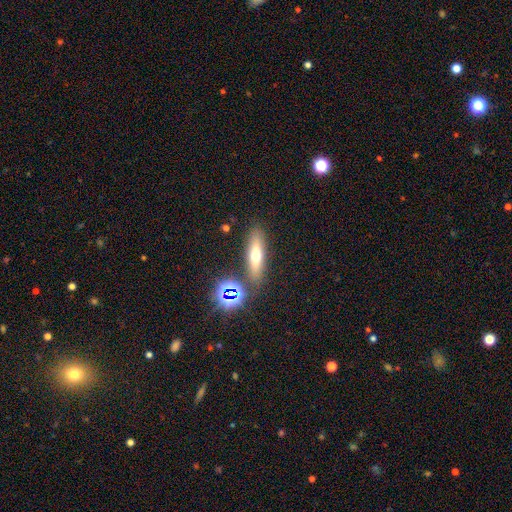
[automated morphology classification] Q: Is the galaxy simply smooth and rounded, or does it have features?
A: smooth — 55%.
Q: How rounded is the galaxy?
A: cigar-shaped — 64%.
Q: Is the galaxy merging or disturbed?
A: none — 83%.